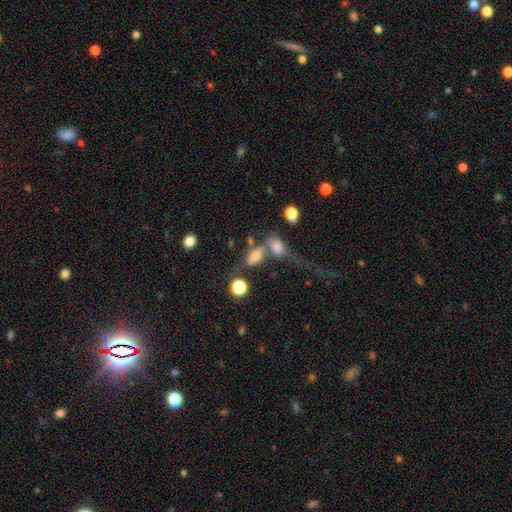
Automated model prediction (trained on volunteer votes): smooth-or-featured: smooth: 61% | featured or disk: 22% | star or artifact: 16%
  how-rounded: in between: 73% | round: 14% | cigar-shaped: 13%
  merging: merger: 45% | none: 31% | major disturbance: 13% | minor disturbance: 11%